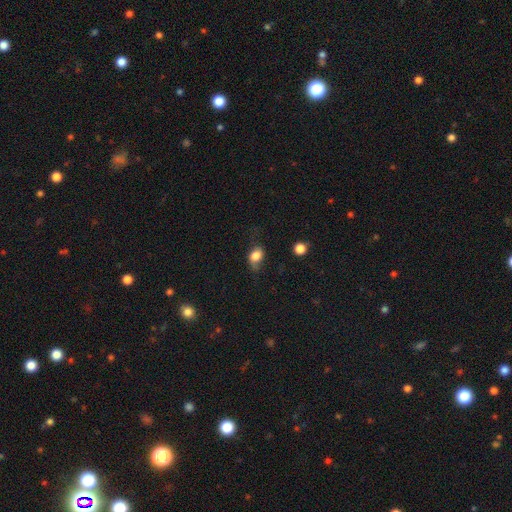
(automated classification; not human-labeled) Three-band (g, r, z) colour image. It shows a smooth galaxy with no disk features (78%) that is in between round and cigar-shaped (65%). Merging: none (50%).